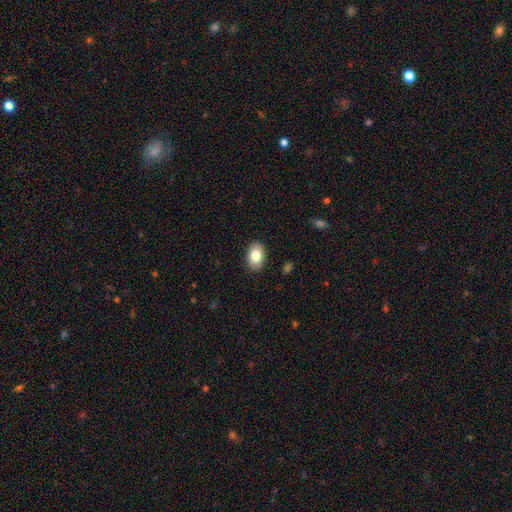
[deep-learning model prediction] Smooth or featured? Predicted: smooth (p=0.83). How rounded? Predicted: in between (p=0.87). Merging? Predicted: none (p=0.89).